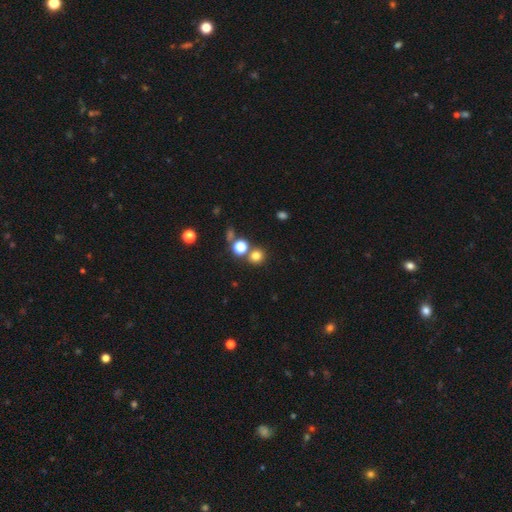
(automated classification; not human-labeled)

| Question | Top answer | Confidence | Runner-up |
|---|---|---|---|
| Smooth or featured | smooth | 75% | star or artifact (18%) |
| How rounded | round | 89% | in between (10%) |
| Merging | none | 73% | merger (16%) |